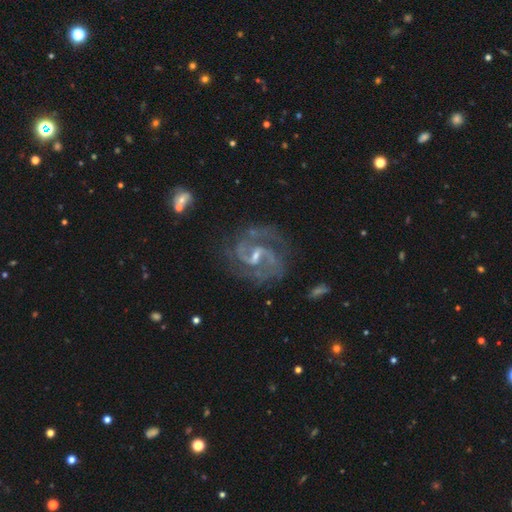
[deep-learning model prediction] smooth-or-featured: featured or disk: 90% | star or artifact: 7% | smooth: 3%
  disk-edge-on: no: 98% | yes: 2%
    bar: weak: 56% | strong: 28% | no: 15%
    has-spiral-arms: yes: 98% | no: 2%
      spiral-winding: medium: 60% | tight: 26% | loose: 14%
      spiral-arm-count: 2: 86% | 3: 5% | can't tell: 4% | 1: 2% | 4: 2% | more than 4: 2%
    bulge-size: small: 59% | moderate: 31% | none: 7% | large: 2% | dominant: 1%
  merging: none: 76% | minor disturbance: 15% | major disturbance: 7% | merger: 2%